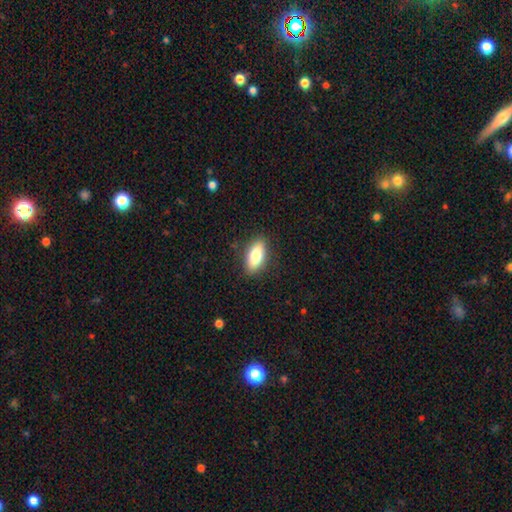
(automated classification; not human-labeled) This is likely a smooth galaxy (78%). How rounded: clearly in between (84%). Merging: clearly none (87%).